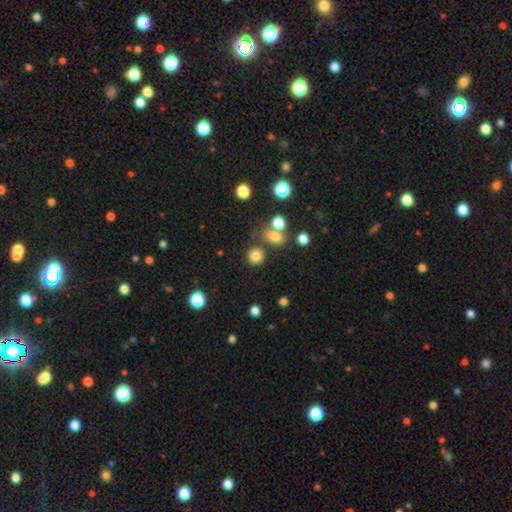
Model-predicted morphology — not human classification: A smooth galaxy with no disk features (80%) that is round (85%). Merging: none (74%).